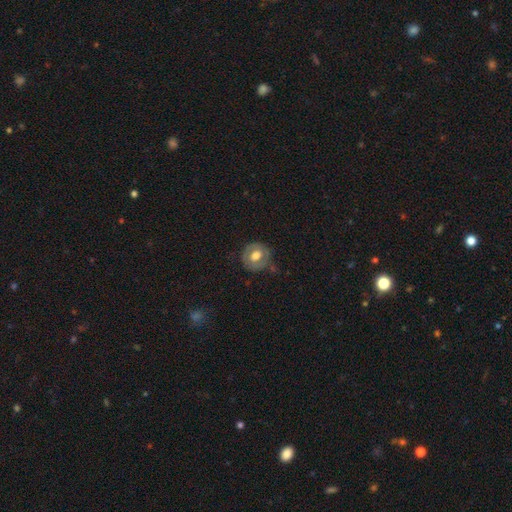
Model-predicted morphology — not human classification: Smooth or featured? smooth (52%)
How rounded? round (79%)
Merging? none (72%)